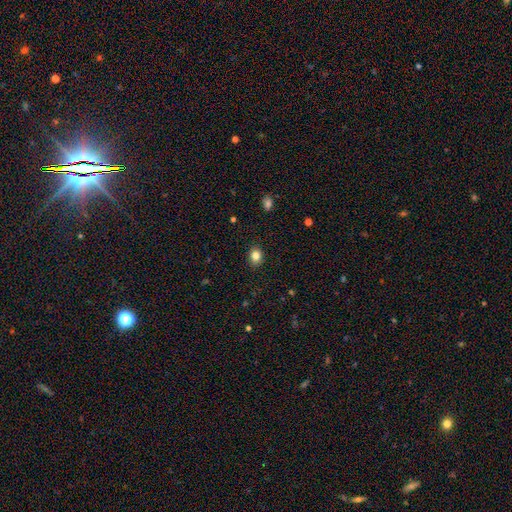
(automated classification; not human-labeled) Smooth or featured: smooth — 83% (star or artifact — 11%)
How rounded: round — 50% (in between — 49%)
Merging: none — 88% (minor disturbance — 9%)